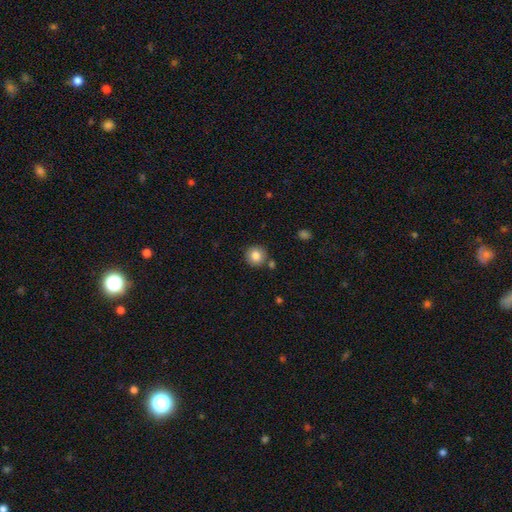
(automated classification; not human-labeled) A smooth galaxy with no disk features (84%) that is round (93%).

Vote fractions:
- Smooth or featured? smooth: 84% / star or artifact: 9% / featured or disk: 7%
- How rounded? round: 93% / in between: 6% / cigar-shaped: 1%
- Merging? none: 83% / minor disturbance: 8% / merger: 7% / major disturbance: 2%